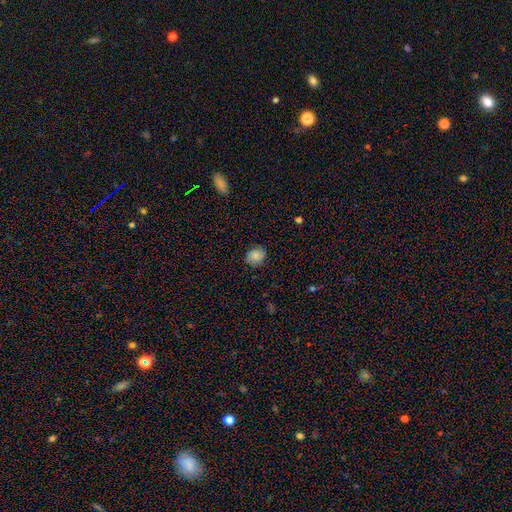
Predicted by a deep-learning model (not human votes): smooth-or-featured: smooth: 83% | star or artifact: 9% | featured or disk: 8%
  how-rounded: round: 57% | in between: 42% | cigar-shaped: 1%
  merging: none: 79% | minor disturbance: 17% | major disturbance: 3% | merger: 1%